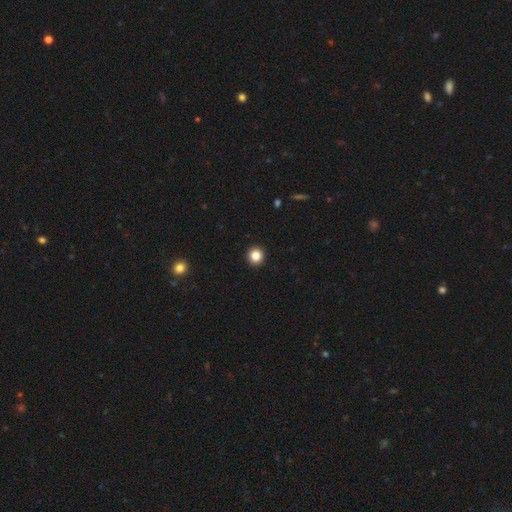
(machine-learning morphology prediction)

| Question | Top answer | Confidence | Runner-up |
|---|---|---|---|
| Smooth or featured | smooth | 85% | star or artifact (11%) |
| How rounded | round | 94% | in between (5%) |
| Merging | none | 94% | minor disturbance (4%) |